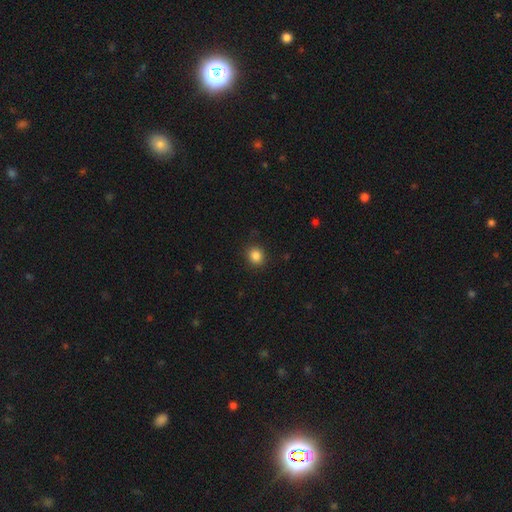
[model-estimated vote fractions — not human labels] The model was most divided on "how rounded": round: 78%, in between: 21%, cigar-shaped: 1%. More confident: merging — none (89%); smooth or featured — smooth (85%).